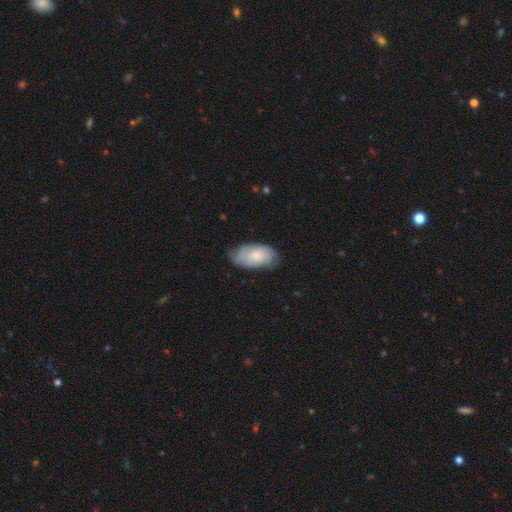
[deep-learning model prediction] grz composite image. It shows a smooth galaxy with no disk features (62%) that is in between round and cigar-shaped (94%). Merging: none (63%).